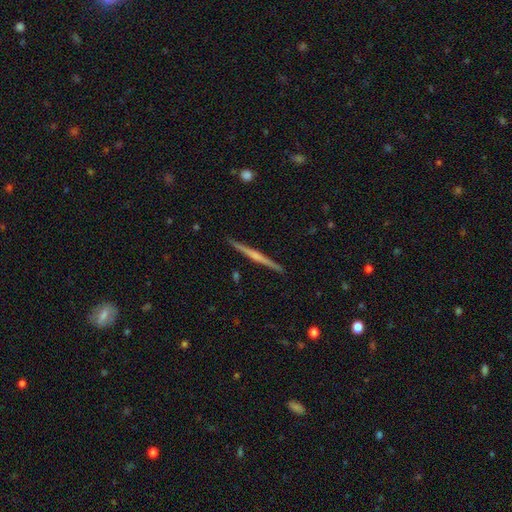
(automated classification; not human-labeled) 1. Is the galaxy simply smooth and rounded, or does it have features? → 72% featured or disk, 23% smooth, 5% star or artifact.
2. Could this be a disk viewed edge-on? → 98% yes, 2% no.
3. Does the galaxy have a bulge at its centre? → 54% rounded, 36% none, 10% boxy.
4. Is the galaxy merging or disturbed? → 92% none, 6% minor disturbance, 1% major disturbance, 1% merger.